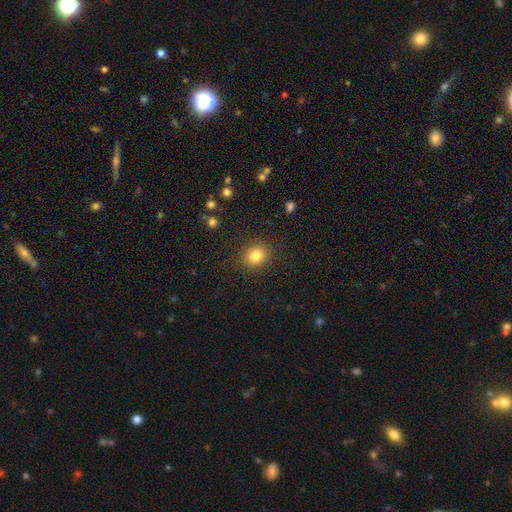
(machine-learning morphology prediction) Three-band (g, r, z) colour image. It shows a smooth galaxy with no disk features (83%) that is round (80%). Merging: none (89%).